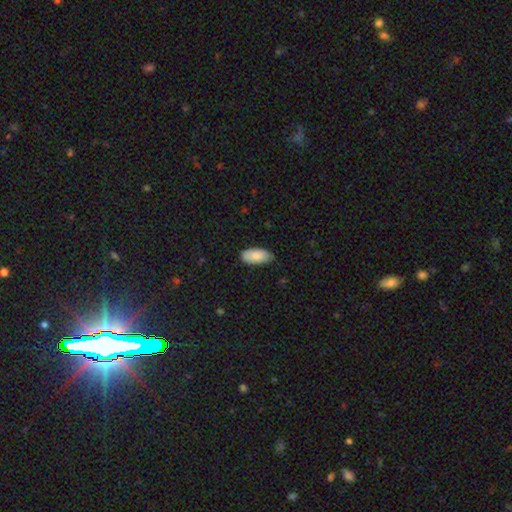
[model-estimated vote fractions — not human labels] Smooth or featured: smooth — 86% (featured or disk — 8%)
How rounded: in between — 93% (cigar-shaped — 5%)
Merging: none — 74% (minor disturbance — 22%)